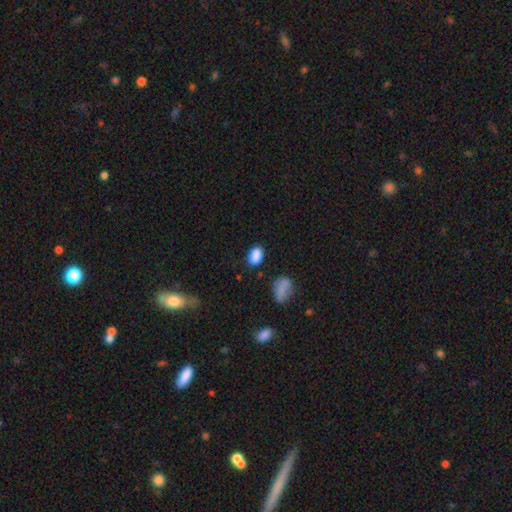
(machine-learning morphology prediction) Smooth or featured? smooth (87%)
How rounded? in between (85%)
Merging? none (81%)